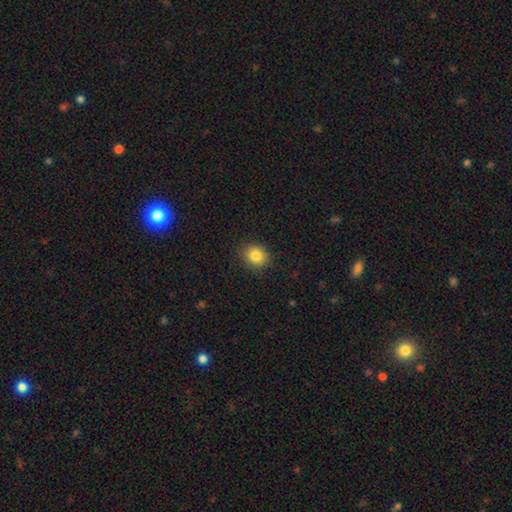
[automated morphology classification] Smooth or featured?
  - smooth: 84% *
  - star or artifact: 10%
  - featured or disk: 6%
How rounded?
  - round: 72% *
  - in between: 27%
  - cigar-shaped: 1%
Merging?
  - none: 89% *
  - minor disturbance: 8%
  - major disturbance: 2%
  - merger: 1%